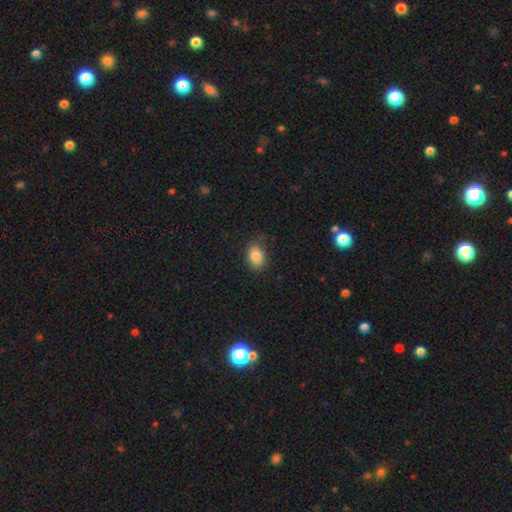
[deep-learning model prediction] Morphology: type=smooth (85%); roundness=in between (80%); merging=none (78%).